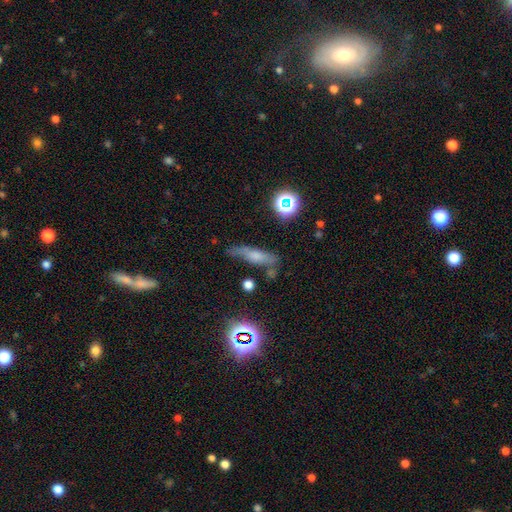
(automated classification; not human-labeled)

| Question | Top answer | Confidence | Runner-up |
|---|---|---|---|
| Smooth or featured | smooth | 56% | featured or disk (29%) |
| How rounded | cigar-shaped | 64% | in between (30%) |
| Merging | none | 59% | minor disturbance (25%) |